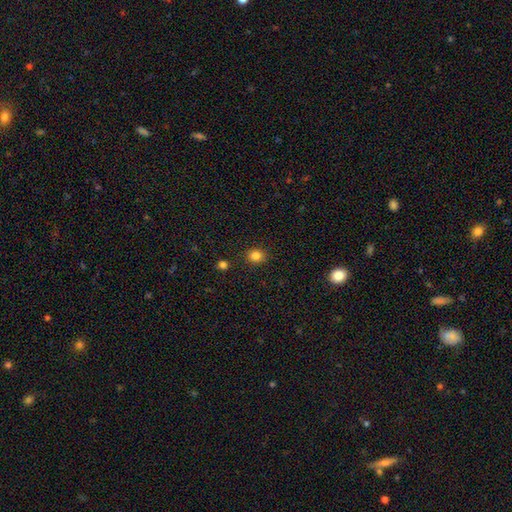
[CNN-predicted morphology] A smooth galaxy with no disk features (83%) that is round (76%).

Vote fractions:
- Smooth or featured? smooth: 83% / star or artifact: 12% / featured or disk: 5%
- How rounded? round: 76% / in between: 24% / cigar-shaped: 1%
- Merging? none: 88% / minor disturbance: 7% / major disturbance: 2% / merger: 2%